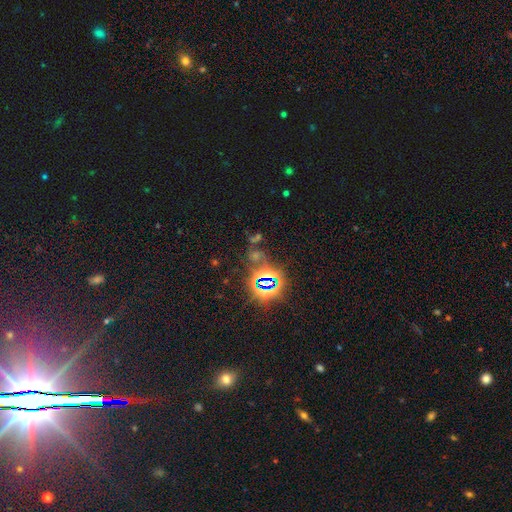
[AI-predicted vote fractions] Smooth or featured: star or artifact — 75% (smooth — 15%)